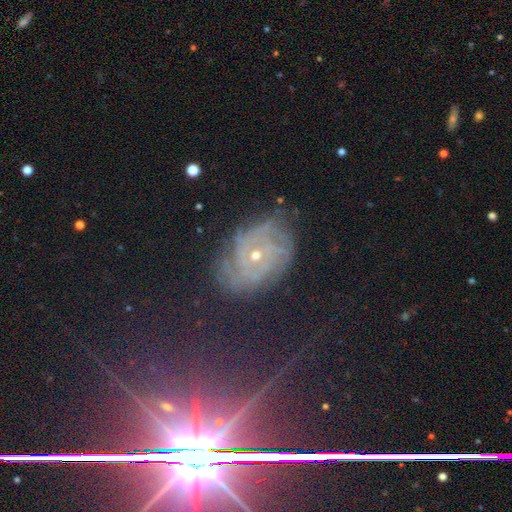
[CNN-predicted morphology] Smooth or featured: featured or disk — 76% (star or artifact — 15%)
Edge-on disk: no — 96% (yes — 4%)
Bar: no — 71% (weak — 22%)
Spiral arms: yes — 94% (no — 6%)
Spiral winding: tight — 70% (medium — 23%)
Spiral arm count: can't tell — 36% (3 — 15%)
Bulge size: small — 68% (moderate — 29%)
Merging: none — 75% (minor disturbance — 16%)